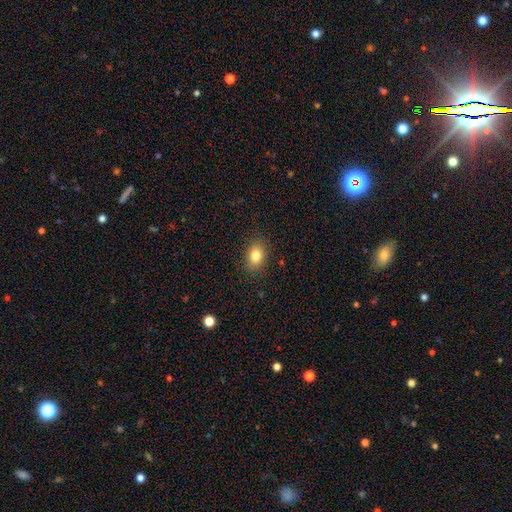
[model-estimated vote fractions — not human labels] smooth 83%, star or artifact 10%, featured or disk 8%. Down the decision tree: how rounded — in between (72%); merging — none (87%).